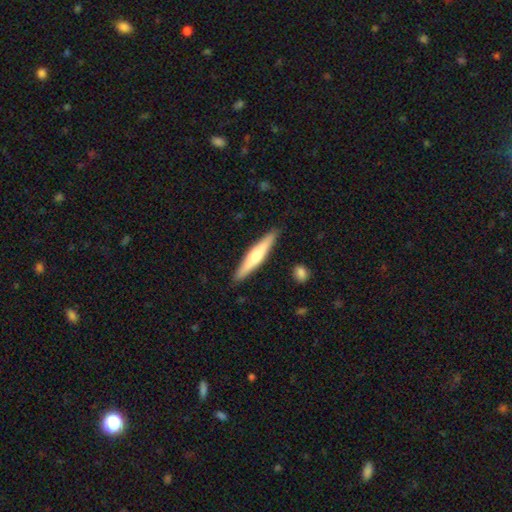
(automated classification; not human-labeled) A featured or disk galaxy (48%).

Vote fractions:
- Smooth or featured? featured or disk: 48% / smooth: 47% / star or artifact: 5%
- Merging? none: 89% / minor disturbance: 8% / major disturbance: 2% / merger: 1%